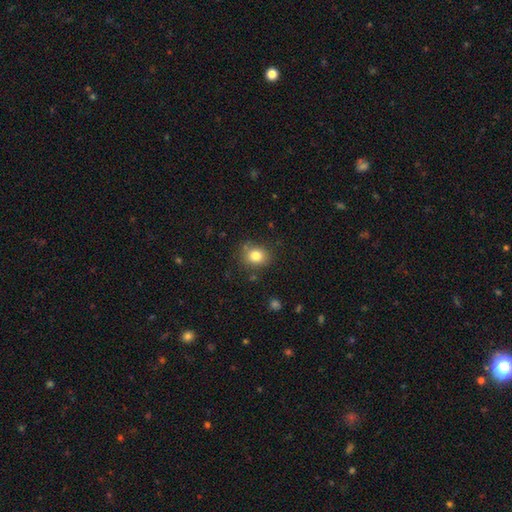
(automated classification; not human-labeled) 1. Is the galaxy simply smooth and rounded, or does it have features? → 80% smooth, 11% star or artifact, 8% featured or disk.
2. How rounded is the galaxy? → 66% round, 33% in between, 1% cigar-shaped.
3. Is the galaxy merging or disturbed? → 78% none, 15% minor disturbance, 4% major disturbance, 3% merger.